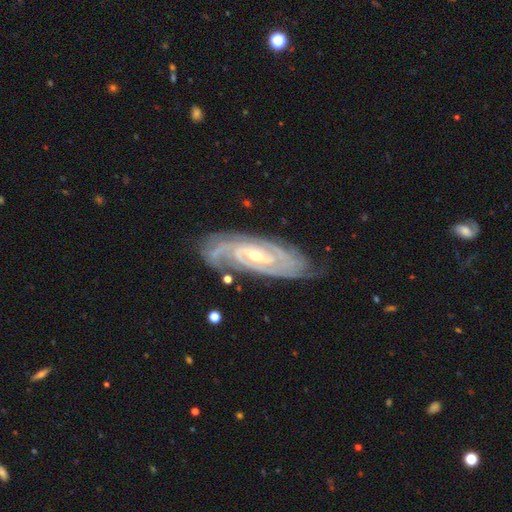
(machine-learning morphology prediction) Overall: featured or disk (91%). Edge-on disk: no (93%). Bar: no (39%, tied with weak). Spiral arms: yes (98%). Spiral arm count: 3 (25%, tied with 2). Spiral winding: tight (78%). Bulge size: small (58%; moderate 39%). Merging: none (76%).